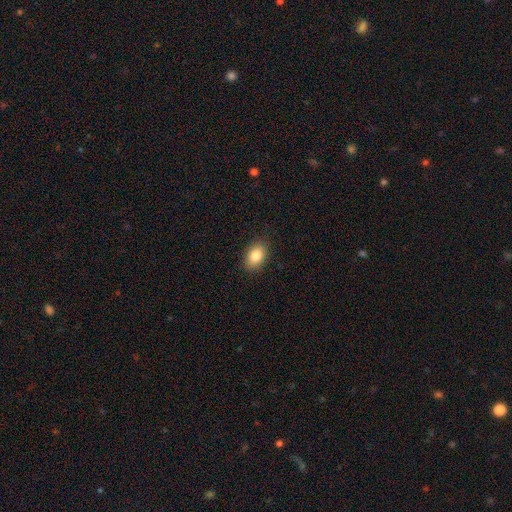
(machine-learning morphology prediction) type=smooth (85%); roundness=in between (83%); merging=none (88%).